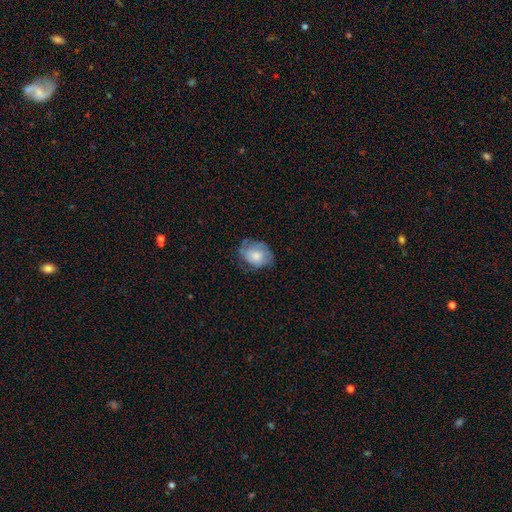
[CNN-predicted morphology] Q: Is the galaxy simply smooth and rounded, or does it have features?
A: smooth — 58%.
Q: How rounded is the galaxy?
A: in between — 59%.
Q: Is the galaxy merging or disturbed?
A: none — 57%.